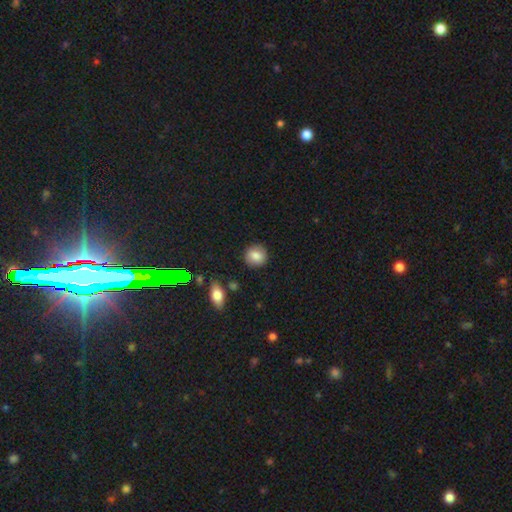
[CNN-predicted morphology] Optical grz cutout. It shows a smooth galaxy with no disk features (84%) that is round (88%). Merging: none (88%).